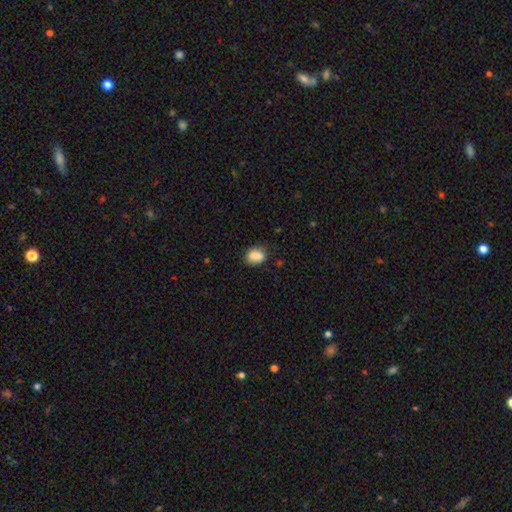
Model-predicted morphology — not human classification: Overall: smooth (86%). How rounded: in between (70%). Merging: none (74%).